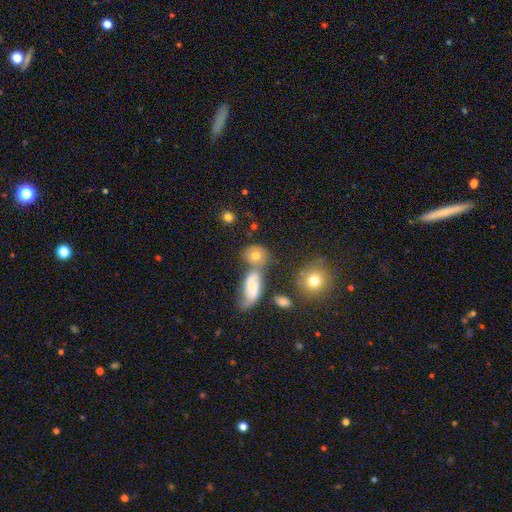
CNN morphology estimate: smooth-or-featured: smooth: 71% | featured or disk: 17% | star or artifact: 12%
  how-rounded: round: 66% | in between: 32% | cigar-shaped: 3%
  merging: none: 52% | merger: 30% | minor disturbance: 13% | major disturbance: 6%